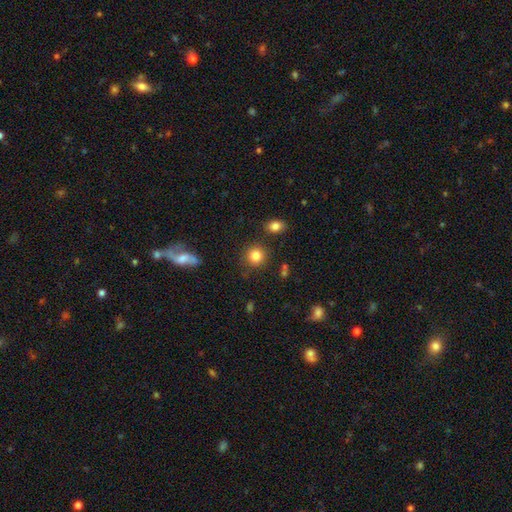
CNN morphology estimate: Smooth or featured? smooth (83%)
How rounded? round (90%)
Merging? none (85%)